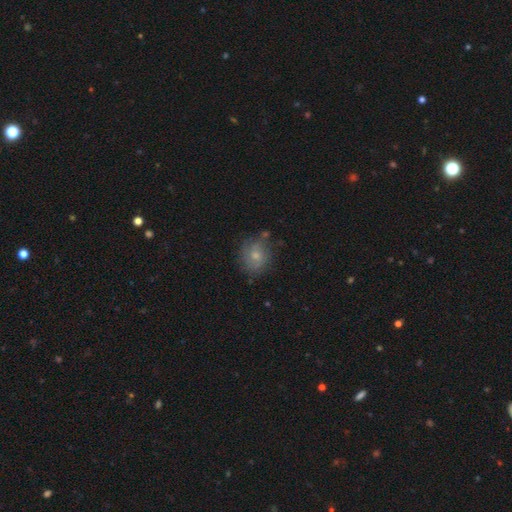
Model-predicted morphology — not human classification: Smooth or featured?
  - smooth: 48% *
  - featured or disk: 42%
  - star or artifact: 10%
Merging?
  - none: 70% *
  - minor disturbance: 20%
  - major disturbance: 7%
  - merger: 3%